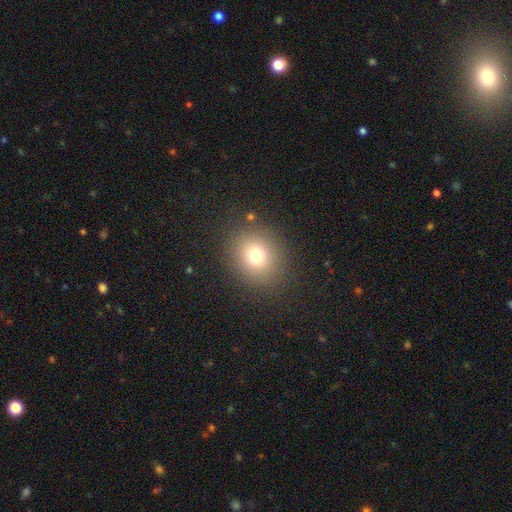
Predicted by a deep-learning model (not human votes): A smooth galaxy with no disk features (74%) that is round (79%).

Vote fractions:
- Smooth or featured? smooth: 74% / star or artifact: 16% / featured or disk: 10%
- How rounded? round: 79% / in between: 20% / cigar-shaped: 1%
- Merging? none: 86% / minor disturbance: 8% / major disturbance: 4% / merger: 2%